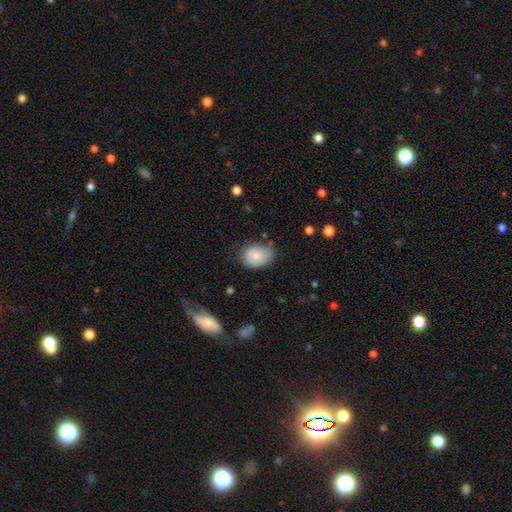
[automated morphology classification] Smooth or featured? smooth (80%)
How rounded? in between (75%)
Merging? none (63%)